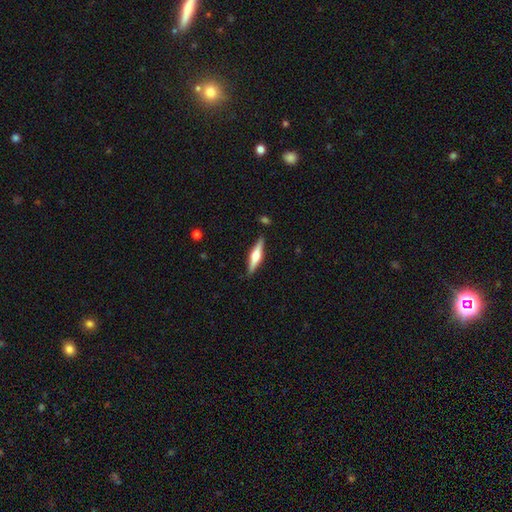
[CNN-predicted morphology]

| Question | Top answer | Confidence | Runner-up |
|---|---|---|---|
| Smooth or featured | featured or disk | 66% | smooth (29%) |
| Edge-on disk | yes | 97% | no (3%) |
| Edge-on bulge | rounded | 90% | boxy (7%) |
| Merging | none | 88% | minor disturbance (8%) |